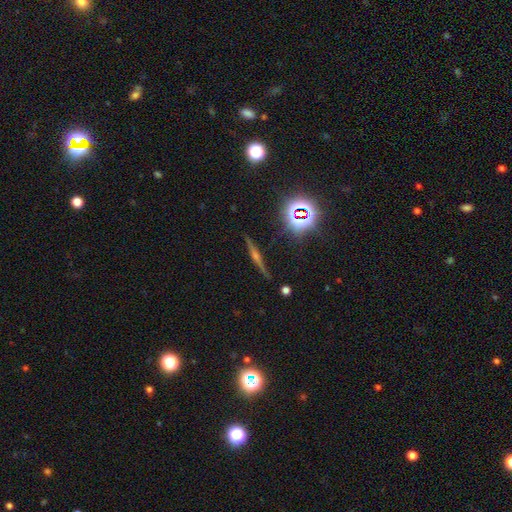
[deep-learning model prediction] The model was most divided on "smooth or featured": featured or disk: 62%, star or artifact: 22%, smooth: 15%. More confident: edge-on disk — yes (96%); merging — none (89%); edge-on bulge — rounded (81%).